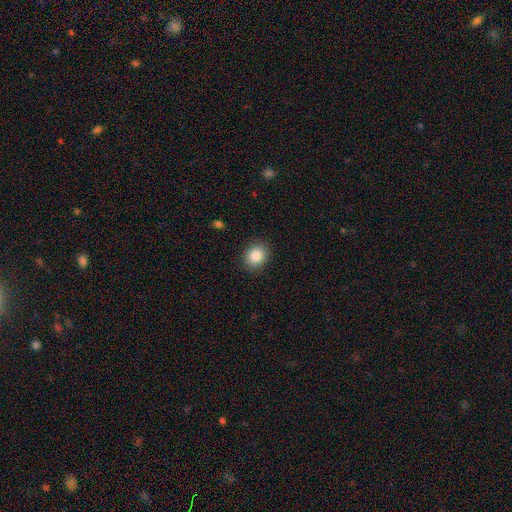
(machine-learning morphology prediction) Smooth or featured: smooth — 86% (star or artifact — 9%)
How rounded: round — 76% (in between — 23%)
Merging: none — 89% (minor disturbance — 7%)